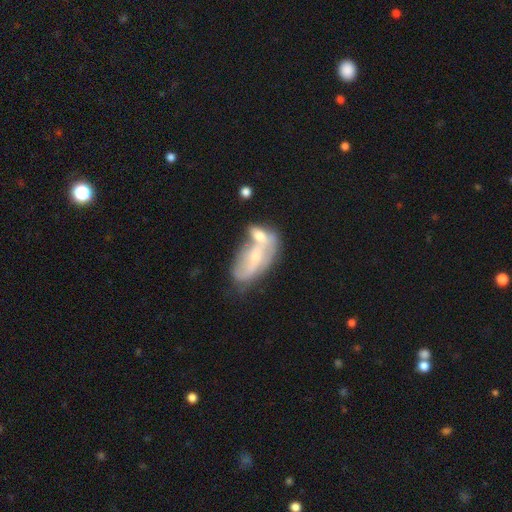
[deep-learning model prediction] Morphology: type=featured or disk (60%); edge-on=no (90%); bar=no (57%); spiral arms=yes (57%); bulge=small (61%); merging=merger (56%).